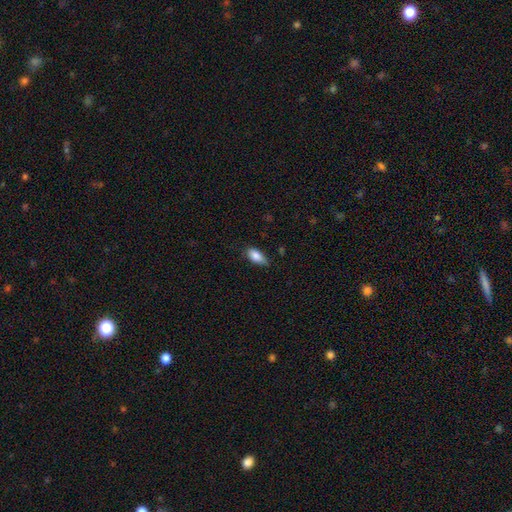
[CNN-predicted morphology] This appears to be a smooth galaxy with no disk features (85%) that is in between round and cigar-shaped (88%). Merging: none (59%).